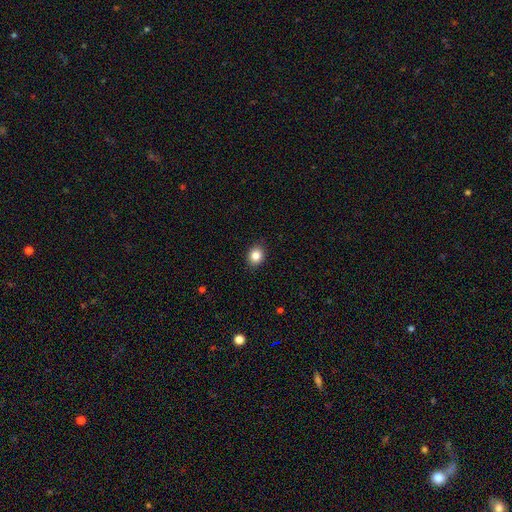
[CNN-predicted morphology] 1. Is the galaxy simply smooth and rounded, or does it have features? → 84% smooth, 10% star or artifact, 6% featured or disk.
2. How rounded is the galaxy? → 62% round, 37% in between, 1% cigar-shaped.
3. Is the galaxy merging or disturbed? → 90% none, 7% minor disturbance, 2% major disturbance, 1% merger.